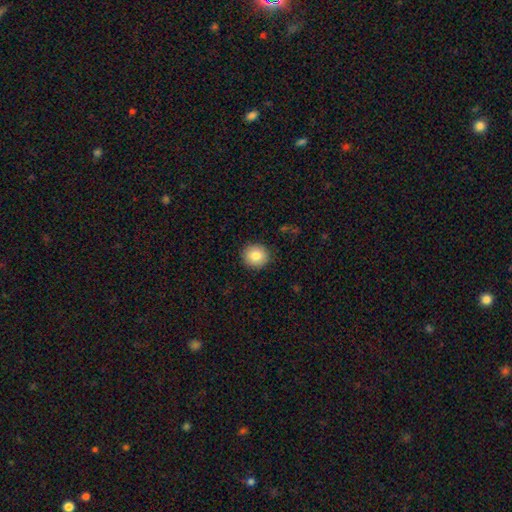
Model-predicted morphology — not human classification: Smooth or featured?
  - smooth: 84% *
  - star or artifact: 9%
  - featured or disk: 7%
How rounded?
  - round: 90% *
  - in between: 9%
  - cigar-shaped: 1%
Merging?
  - none: 91% *
  - minor disturbance: 6%
  - major disturbance: 2%
  - merger: 1%